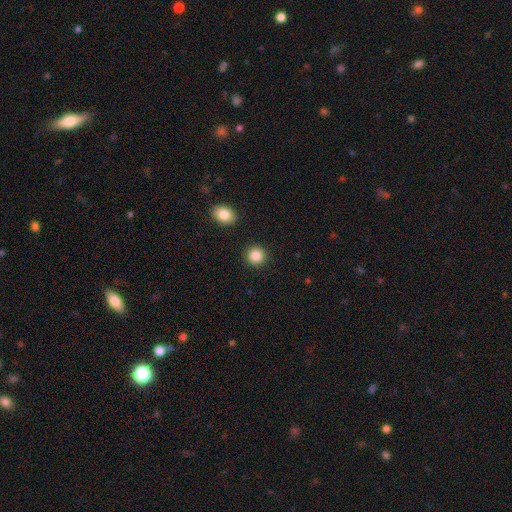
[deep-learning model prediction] Smooth or featured? smooth (87%)
How rounded? round (92%)
Merging? none (91%)